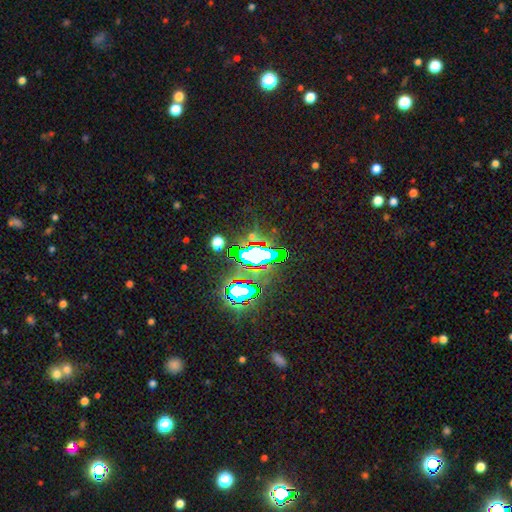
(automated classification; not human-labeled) This is likely a star or artifact rather than a galaxy (66%).